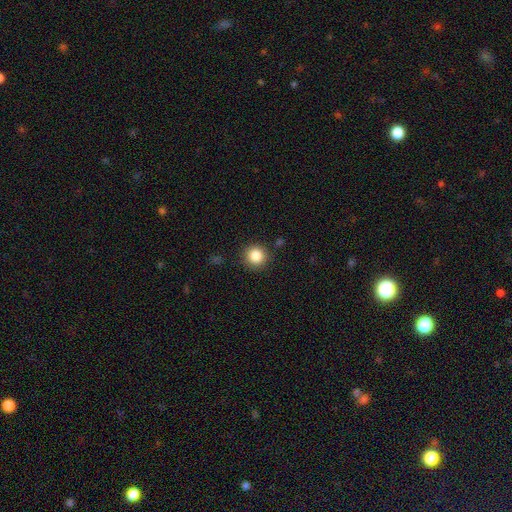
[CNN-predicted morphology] smooth 85%, star or artifact 10%, featured or disk 5%. Down the decision tree: how rounded — round (94%); merging — none (88%).